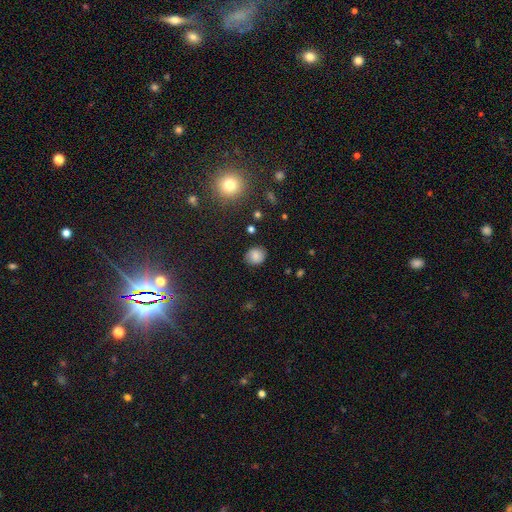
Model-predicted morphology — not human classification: Smooth or featured? Predicted: smooth (p=0.74). How rounded? Predicted: round (p=0.74). Merging? Predicted: none (p=0.82).